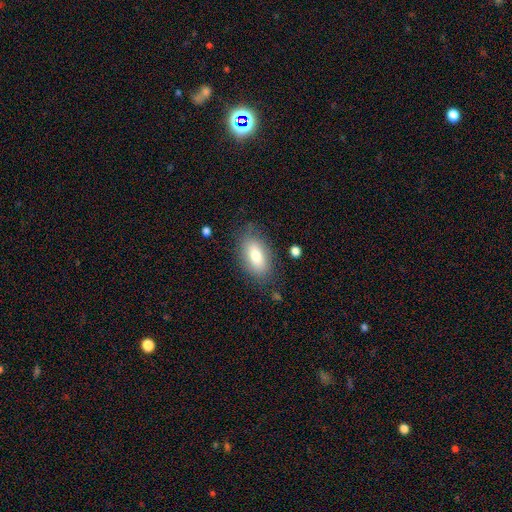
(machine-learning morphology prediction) A smooth galaxy with no disk features (77%) that is in between round and cigar-shaped (90%). Merging: none (79%).